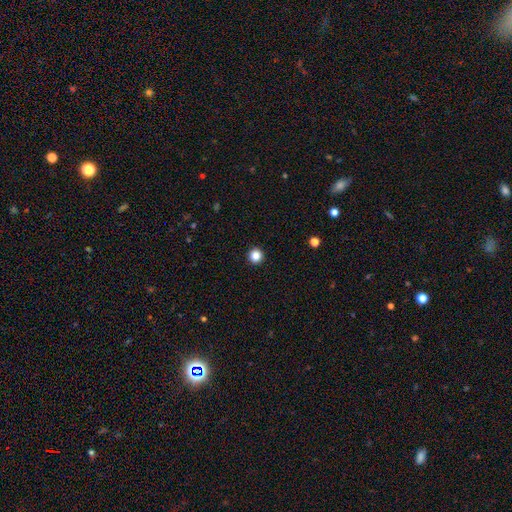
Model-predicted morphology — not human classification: smooth_or_featured: smooth (p=0.85) [alt: star or artifact p=0.11]
how_rounded: round (p=0.96) [alt: in between p=0.03]
merging: none (p=0.94) [alt: minor disturbance p=0.04]